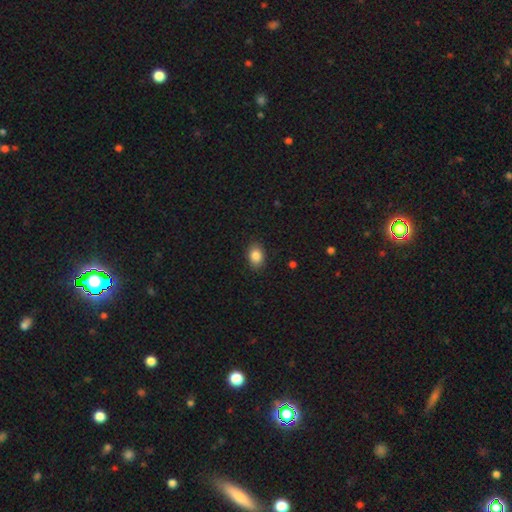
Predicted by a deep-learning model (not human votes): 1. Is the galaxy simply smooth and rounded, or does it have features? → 86% smooth, 9% star or artifact, 5% featured or disk.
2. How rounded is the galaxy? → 74% in between, 25% round, 1% cigar-shaped.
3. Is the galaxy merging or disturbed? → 87% none, 9% minor disturbance, 2% major disturbance, 1% merger.